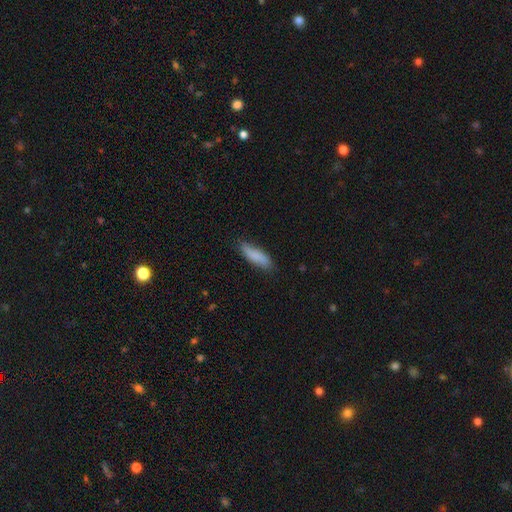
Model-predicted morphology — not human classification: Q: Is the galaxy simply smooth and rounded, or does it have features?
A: smooth — 84%.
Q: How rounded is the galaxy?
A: cigar-shaped — 56%.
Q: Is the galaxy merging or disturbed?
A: none — 79%.